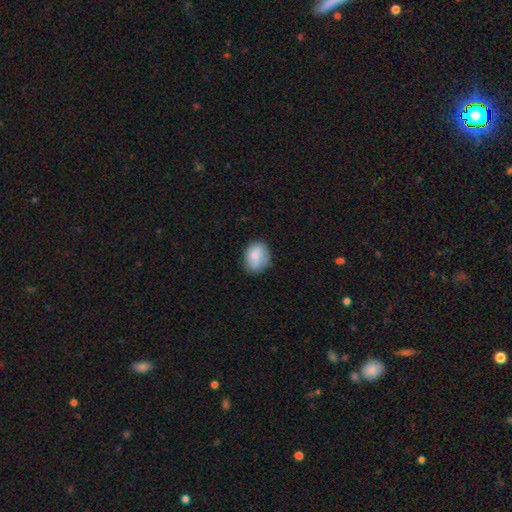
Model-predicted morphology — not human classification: This appears to be a smooth galaxy with no disk features (77%) that is in between round and cigar-shaped (60%). Merging: none (67%).